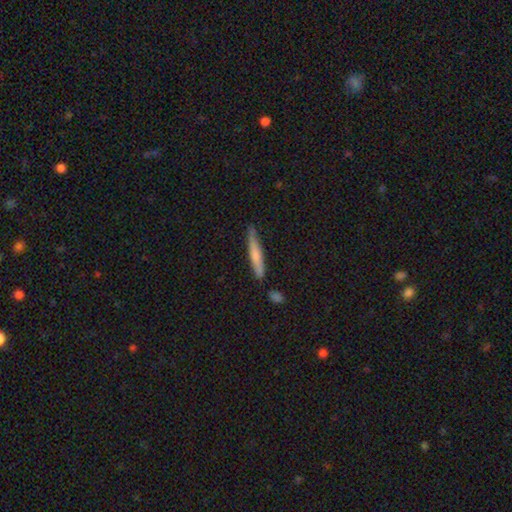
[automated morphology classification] Smooth or featured? Predicted: smooth (p=0.66). How rounded? Predicted: cigar-shaped (p=0.93). Merging? Predicted: none (p=0.78).